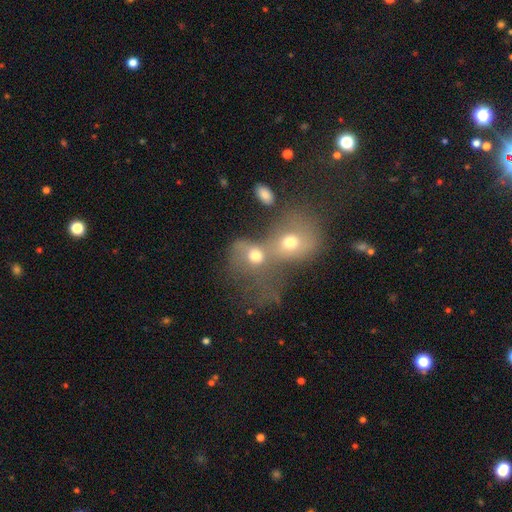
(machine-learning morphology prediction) smooth 64%, featured or disk 22%, star or artifact 15%. Down the decision tree: how rounded — round (58%); merging — merger (71%).